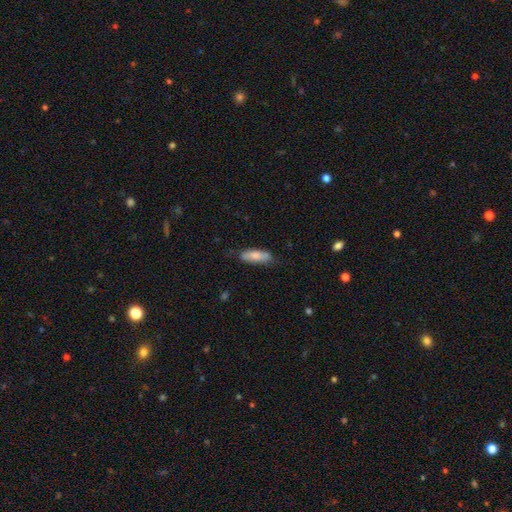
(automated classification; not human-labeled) A smooth galaxy with no disk features (79%) that is in between round and cigar-shaped (62%).

Vote fractions:
- Smooth or featured? smooth: 79% / featured or disk: 15% / star or artifact: 6%
- How rounded? in between: 62% / cigar-shaped: 36% / round: 2%
- Merging? none: 70% / minor disturbance: 23% / major disturbance: 5% / merger: 2%